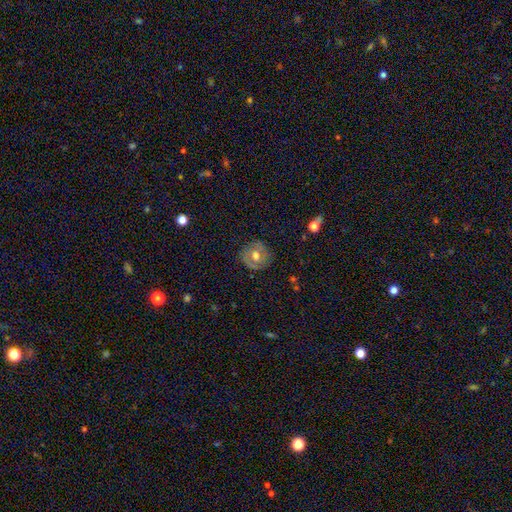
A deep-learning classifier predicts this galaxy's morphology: This is possibly a smooth galaxy (47%). Merging: clearly none (81%).